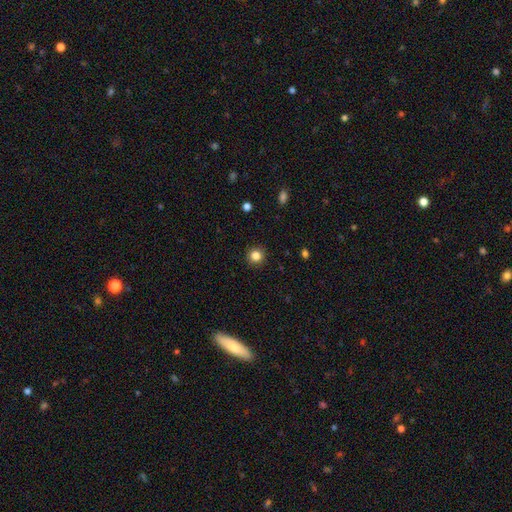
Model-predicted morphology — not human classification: A smooth galaxy with no disk features (84%) that is round (93%).

Vote fractions:
- Smooth or featured? smooth: 84% / star or artifact: 12% / featured or disk: 5%
- How rounded? round: 93% / in between: 6% / cigar-shaped: 1%
- Merging? none: 91% / minor disturbance: 6% / major disturbance: 2% / merger: 1%